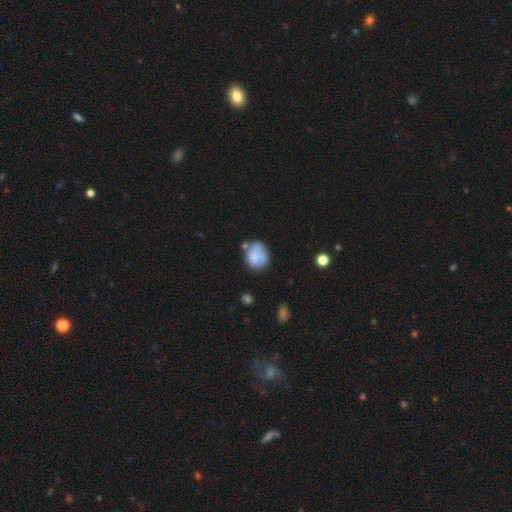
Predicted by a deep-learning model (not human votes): This is likely a smooth galaxy (65%). How rounded: likely round (65%). Merging: possibly none (49%).